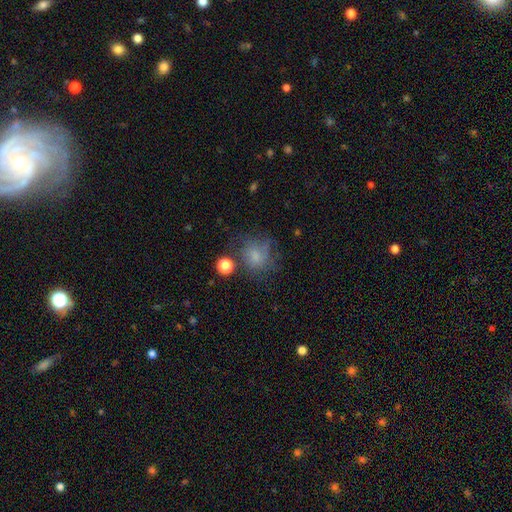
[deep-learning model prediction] Smooth or featured? smooth (67%)
How rounded? round (72%)
Merging? none (52%)